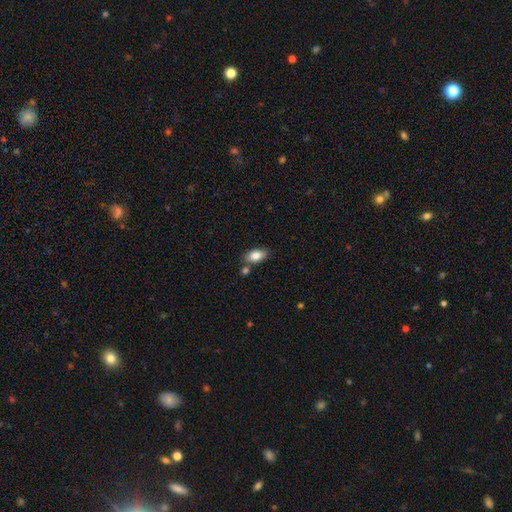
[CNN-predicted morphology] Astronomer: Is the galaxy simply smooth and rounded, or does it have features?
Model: smooth — 83%.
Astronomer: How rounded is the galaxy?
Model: in between — 91%.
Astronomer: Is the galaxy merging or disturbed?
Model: none — 73%.